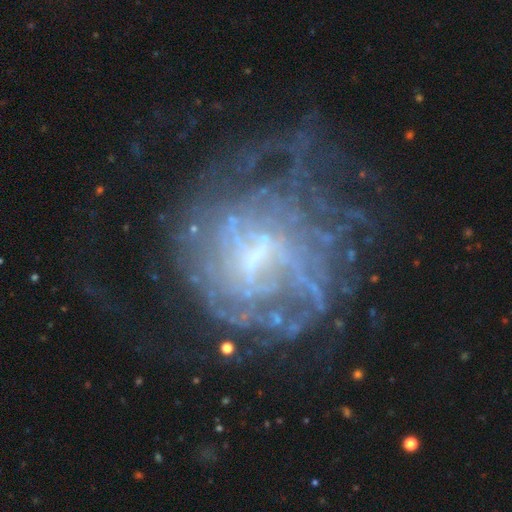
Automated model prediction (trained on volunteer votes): A featured or disk galaxy (77%) with a weak bar (48%), tight (49%) spiral arms (69%) and a small central bulge (47%).

Vote fractions:
- Smooth or featured? featured or disk: 77% / star or artifact: 12% / smooth: 11%
- Edge-on disk? no: 97% / yes: 3%
- Bar? weak: 48% / no: 36% / strong: 16%
- Spiral arms? yes: 69% / no: 31%
- Spiral winding? tight: 49% / medium: 31% / loose: 20%
- Spiral arm count? can't tell: 59% / 2: 11% / 4: 8% / more than 4: 8% / 3: 8% / 1: 6%
- Bulge size? small: 47% / moderate: 24% / none: 23% / large: 3% / dominant: 1%
- Merging? none: 52% / major disturbance: 26% / minor disturbance: 18% / merger: 3%